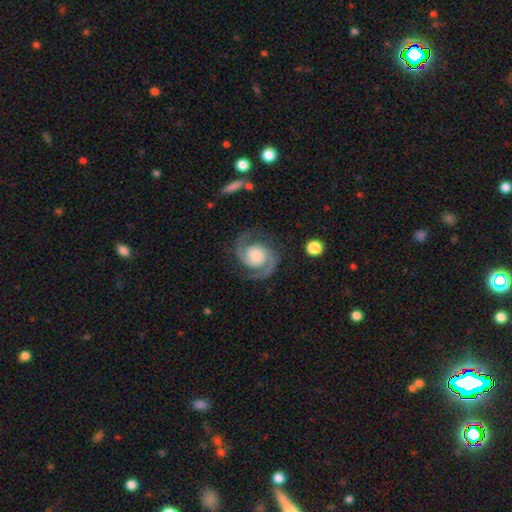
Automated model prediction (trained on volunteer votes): This appears to be a featured or disk galaxy (92%) with no bar (68%), 2 (94%) medium (51%) spiral arms (99%) and a moderate central bulge (33%). Merging: none (83%).